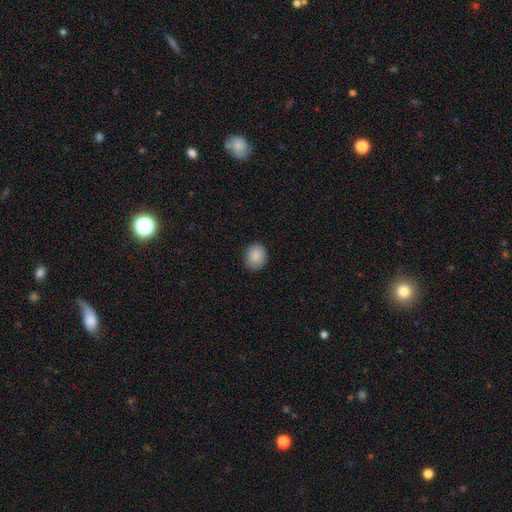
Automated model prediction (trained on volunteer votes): smooth_or_featured: smooth (p=0.88) [alt: star or artifact p=0.08]
how_rounded: round (p=0.66) [alt: in between p=0.33]
merging: none (p=0.88) [alt: minor disturbance p=0.09]